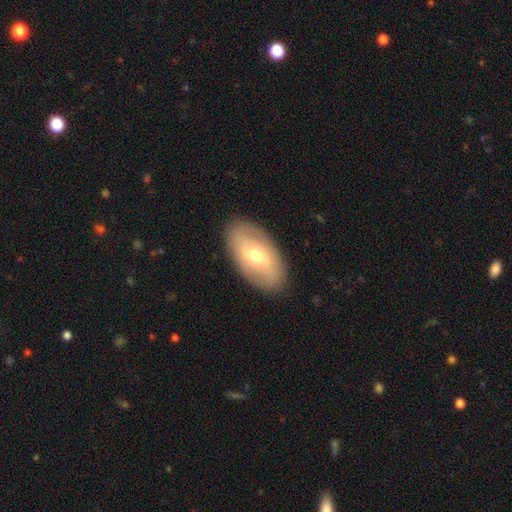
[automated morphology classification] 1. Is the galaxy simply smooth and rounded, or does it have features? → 53% featured or disk, 40% smooth, 6% star or artifact.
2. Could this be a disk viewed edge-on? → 88% no, 12% yes.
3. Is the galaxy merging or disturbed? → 86% none, 9% minor disturbance, 3% major disturbance, 1% merger.